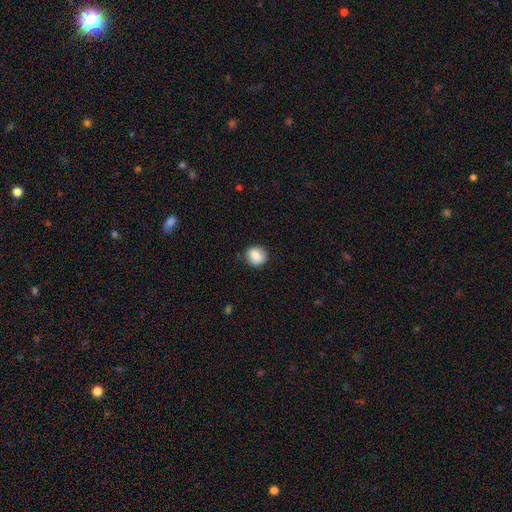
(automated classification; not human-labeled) smooth-or-featured: smooth: 83% | featured or disk: 9% | star or artifact: 8%
  how-rounded: round: 85% | in between: 14% | cigar-shaped: 1%
  merging: none: 83% | minor disturbance: 13% | major disturbance: 3% | merger: 1%